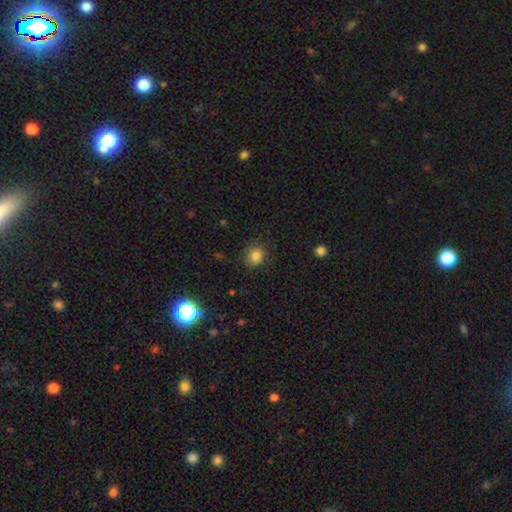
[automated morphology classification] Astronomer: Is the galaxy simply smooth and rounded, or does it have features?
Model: smooth — 82%.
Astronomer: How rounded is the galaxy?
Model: round — 80%.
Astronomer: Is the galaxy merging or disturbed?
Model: none — 77%.